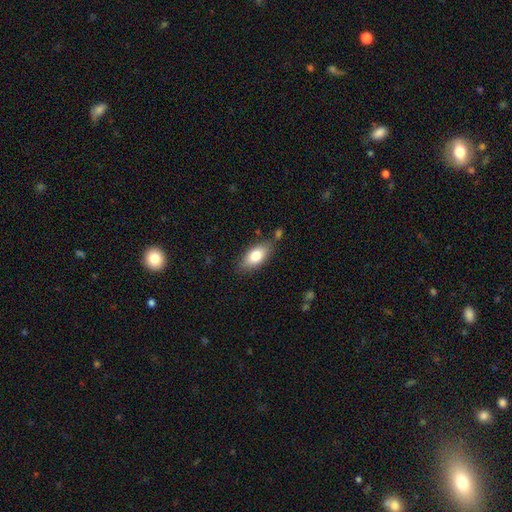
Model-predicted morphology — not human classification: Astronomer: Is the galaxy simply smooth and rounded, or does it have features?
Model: smooth — 81%.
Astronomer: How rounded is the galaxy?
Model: in between — 90%.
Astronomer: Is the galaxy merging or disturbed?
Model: none — 77%.